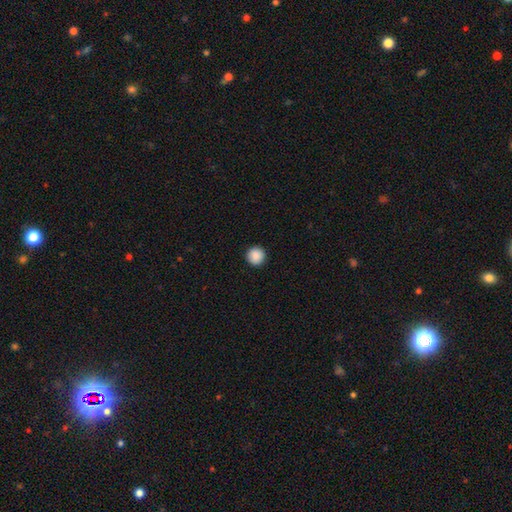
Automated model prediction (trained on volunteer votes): Smooth or featured? smooth (89%)
How rounded? round (96%)
Merging? none (93%)